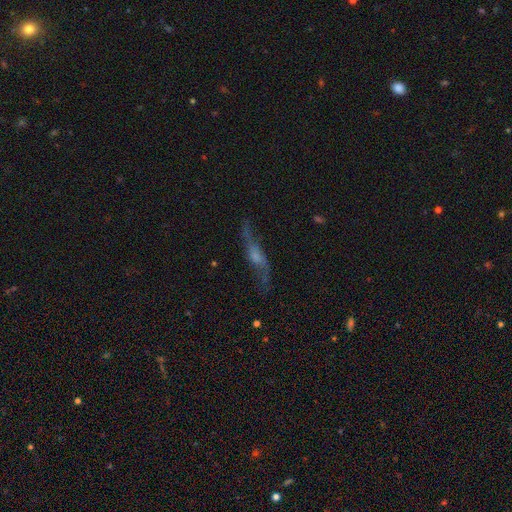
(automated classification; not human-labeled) This is likely a featured or disk galaxy (69%). It is possibly viewed edge-on (50%, tied with no). Merging: likely none (66%).